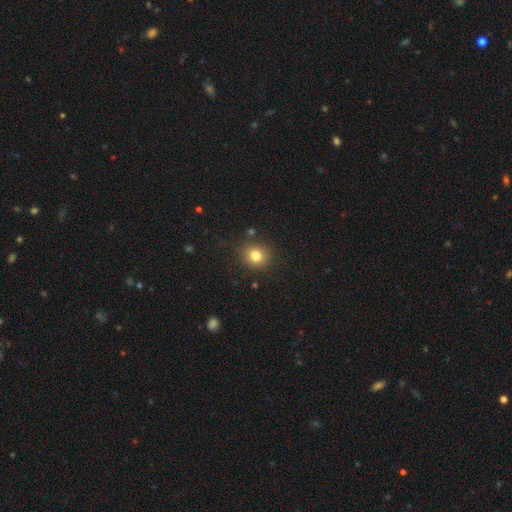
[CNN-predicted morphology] Smooth or featured: smooth — 80% (star or artifact — 12%)
How rounded: round — 84% (in between — 15%)
Merging: none — 87% (minor disturbance — 8%)